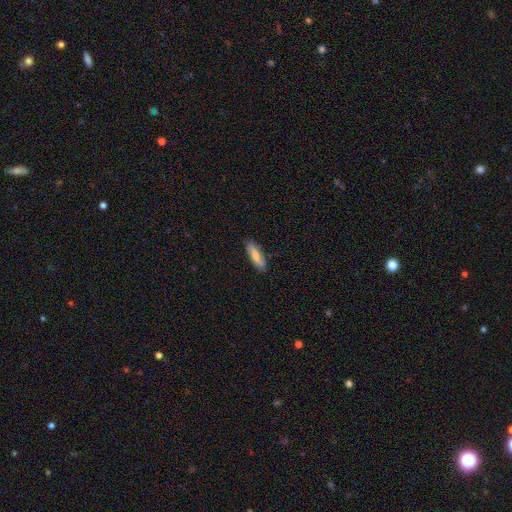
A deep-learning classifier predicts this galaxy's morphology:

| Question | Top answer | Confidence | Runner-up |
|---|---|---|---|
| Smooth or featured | smooth | 69% | featured or disk (24%) |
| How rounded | in between | 49% | tied: cigar-shaped (49%) |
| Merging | none | 84% | minor disturbance (12%) |